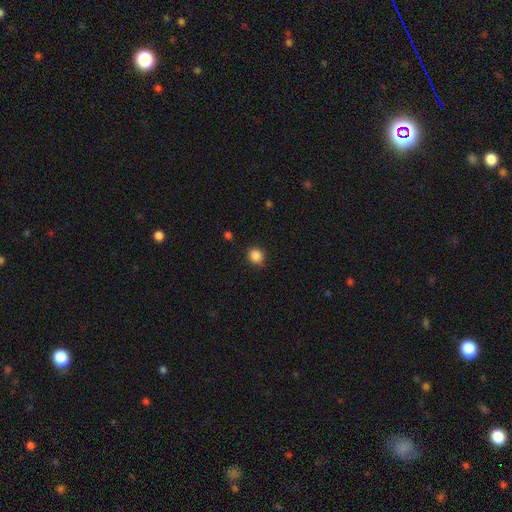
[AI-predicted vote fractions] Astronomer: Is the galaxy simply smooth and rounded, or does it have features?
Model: smooth — 87%.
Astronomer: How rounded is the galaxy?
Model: round — 81%.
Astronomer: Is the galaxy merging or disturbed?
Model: none — 85%.